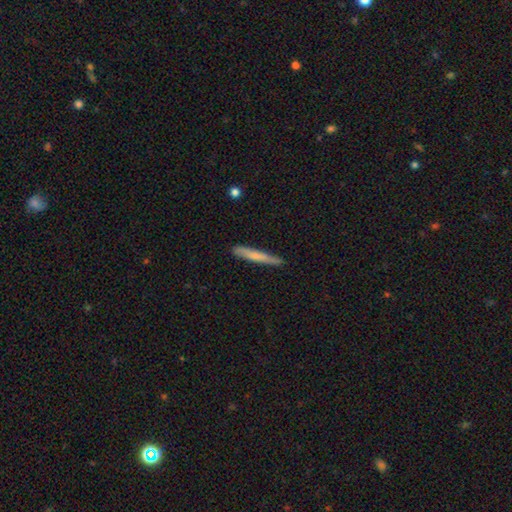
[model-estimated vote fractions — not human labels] Morphology: type=smooth (68%); roundness=cigar-shaped (96%); merging=none (84%).